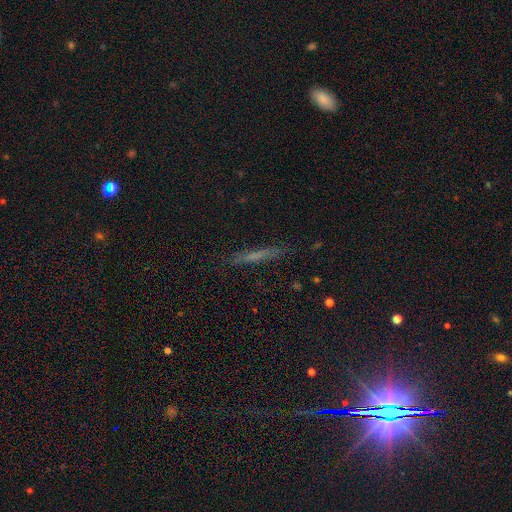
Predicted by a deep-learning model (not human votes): The model was most divided on "smooth or featured": smooth: 47%, featured or disk: 37%, star or artifact: 15%. More confident: merging — none (85%).